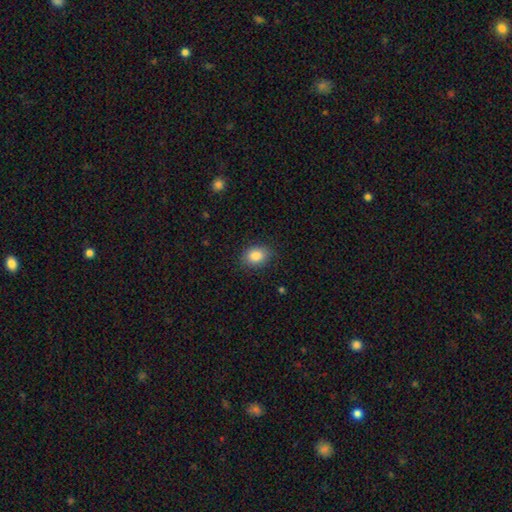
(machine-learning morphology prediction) This appears to be a smooth galaxy with no disk features (86%) that is in between round and cigar-shaped (66%). Merging: none (85%).